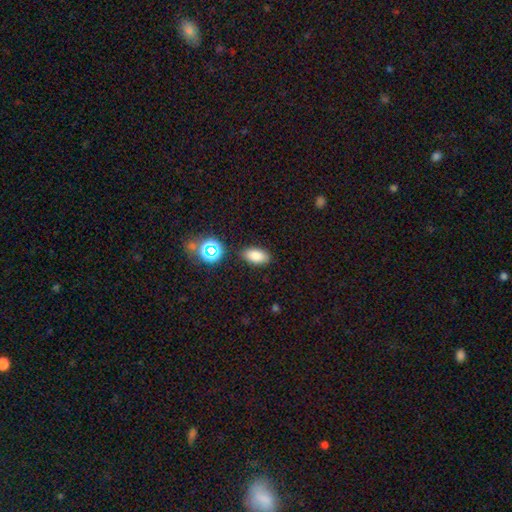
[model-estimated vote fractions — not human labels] Morphology: type=smooth (81%); roundness=in between (89%); merging=none (86%).